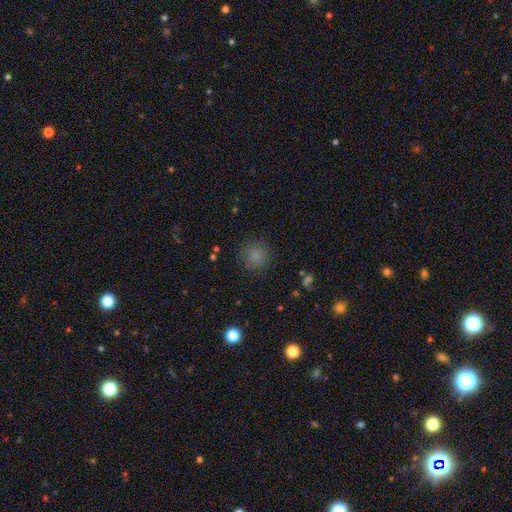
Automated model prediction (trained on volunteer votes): Overall: smooth (80%). How rounded: round (91%). Merging: none (85%).